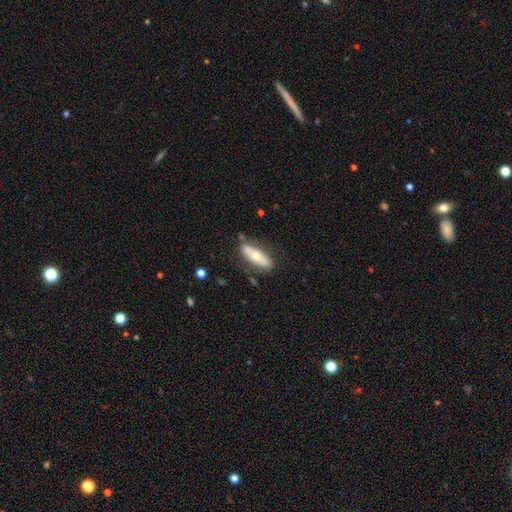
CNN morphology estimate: Smooth or featured? Predicted: smooth (p=0.51). How rounded? Predicted: in between (p=0.54). Merging? Predicted: none (p=0.76).